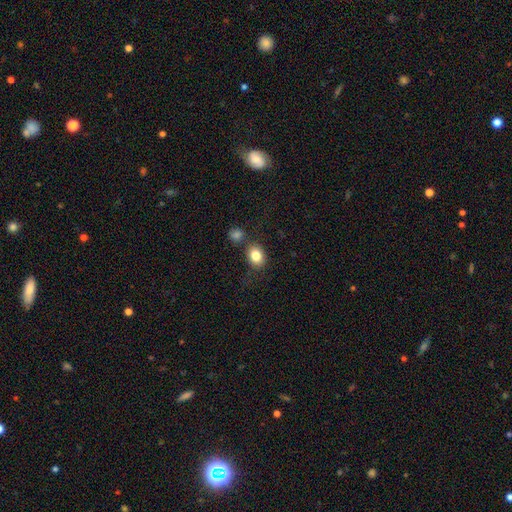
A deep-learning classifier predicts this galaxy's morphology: This appears to be a smooth galaxy with no disk features (84%) that is in between round and cigar-shaped (54%). Merging: none (72%).